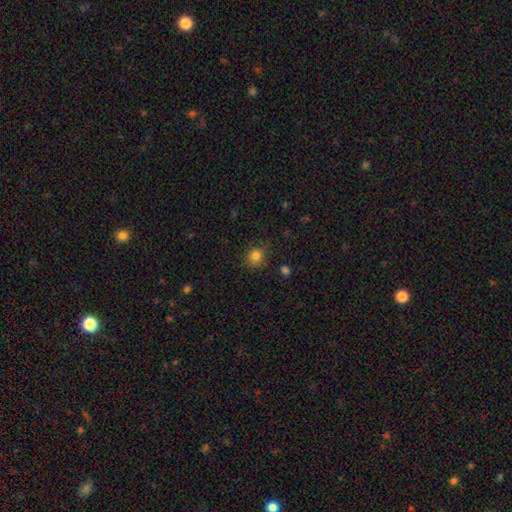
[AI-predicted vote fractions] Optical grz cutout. It shows a smooth galaxy with no disk features (81%) that is round (85%). Merging: none (81%).